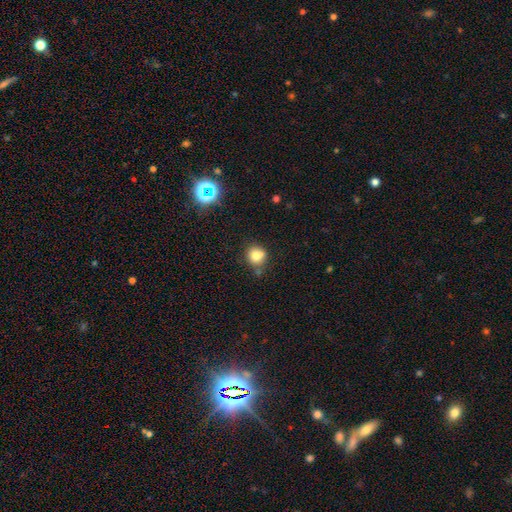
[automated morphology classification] Smooth or featured: smooth — 79% (star or artifact — 13%)
How rounded: round — 78% (in between — 21%)
Merging: none — 65% (minor disturbance — 22%)